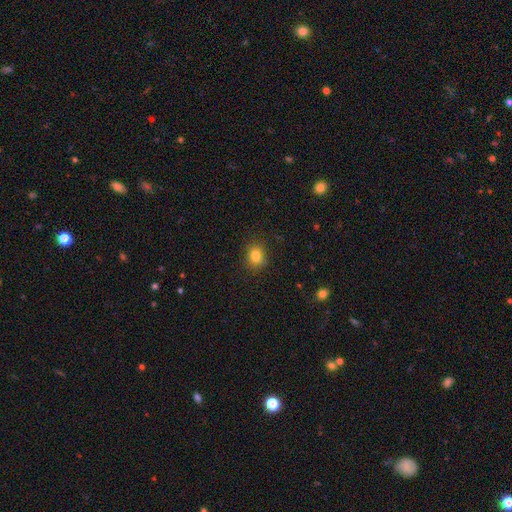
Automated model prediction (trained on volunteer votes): Smooth or featured?
  - smooth: 82% *
  - star or artifact: 12%
  - featured or disk: 6%
How rounded?
  - round: 66% *
  - in between: 33%
  - cigar-shaped: 1%
Merging?
  - none: 85% *
  - minor disturbance: 11%
  - major disturbance: 3%
  - merger: 1%